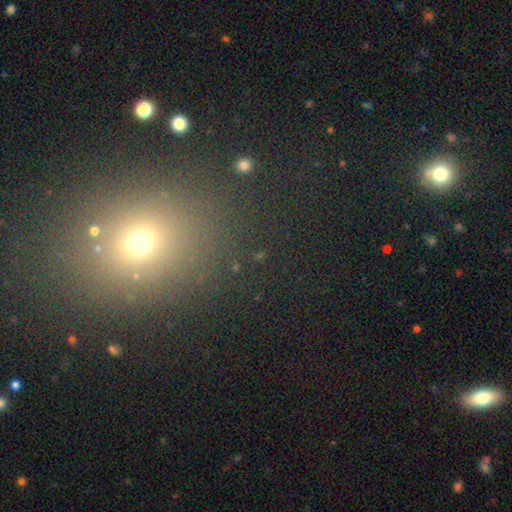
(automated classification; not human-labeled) A smooth galaxy with no disk features (56%) that is round (61%). Merging: none (82%).